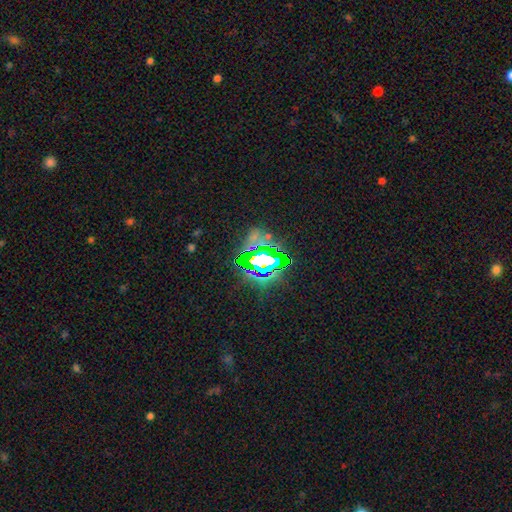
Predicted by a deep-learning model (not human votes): Q: Smooth or featured?
A: star or artifact (70%); runner-up: smooth (16%)